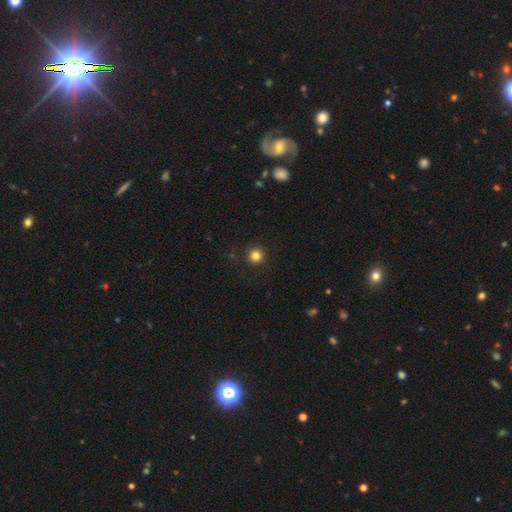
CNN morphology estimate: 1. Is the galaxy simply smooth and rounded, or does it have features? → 83% smooth, 13% star or artifact, 4% featured or disk.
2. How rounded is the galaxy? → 96% round, 3% in between, 1% cigar-shaped.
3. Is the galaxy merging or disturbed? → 92% none, 5% minor disturbance, 2% major disturbance, 1% merger.